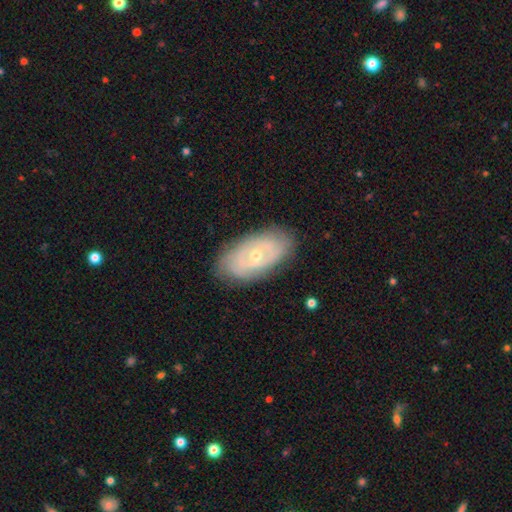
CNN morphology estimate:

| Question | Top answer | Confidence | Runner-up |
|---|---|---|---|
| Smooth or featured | featured or disk | 70% | smooth (24%) |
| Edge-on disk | no | 91% | yes (9%) |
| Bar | no | 70% | weak (23%) |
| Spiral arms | yes | 61% | no (39%) |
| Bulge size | small | 51% | moderate (46%) |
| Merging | none | 81% | minor disturbance (14%) |